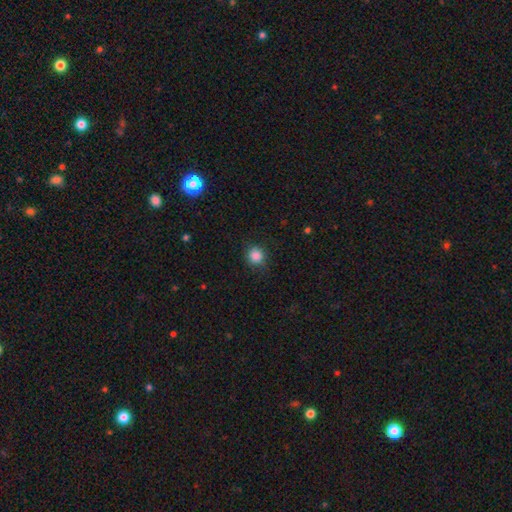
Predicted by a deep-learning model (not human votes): This appears to be a smooth galaxy with no disk features (86%) that is round (91%). Merging: none (87%).